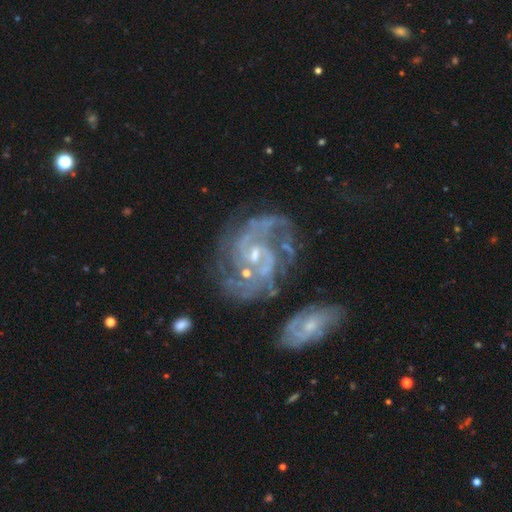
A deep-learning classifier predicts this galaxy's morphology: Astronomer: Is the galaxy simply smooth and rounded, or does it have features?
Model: featured or disk — 90%.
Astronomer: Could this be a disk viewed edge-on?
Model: no — 98%.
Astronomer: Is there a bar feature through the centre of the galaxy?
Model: no — 47% (runner-up: weak, 41%).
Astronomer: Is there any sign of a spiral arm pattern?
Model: yes — 96%.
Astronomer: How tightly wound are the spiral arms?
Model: medium — 50% (runner-up: tight, 37%).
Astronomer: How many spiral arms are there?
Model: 2 — 61%.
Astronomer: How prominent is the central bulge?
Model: small — 65%.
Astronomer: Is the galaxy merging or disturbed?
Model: none — 48%.